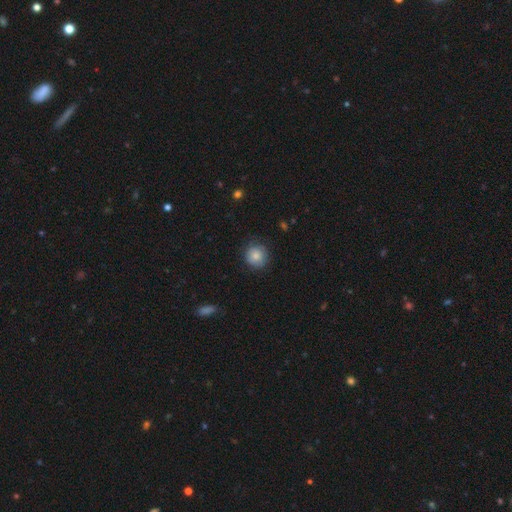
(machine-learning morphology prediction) Smooth or featured: smooth — 80% (featured or disk — 11%)
How rounded: round — 92% (in between — 7%)
Merging: none — 78% (minor disturbance — 16%)